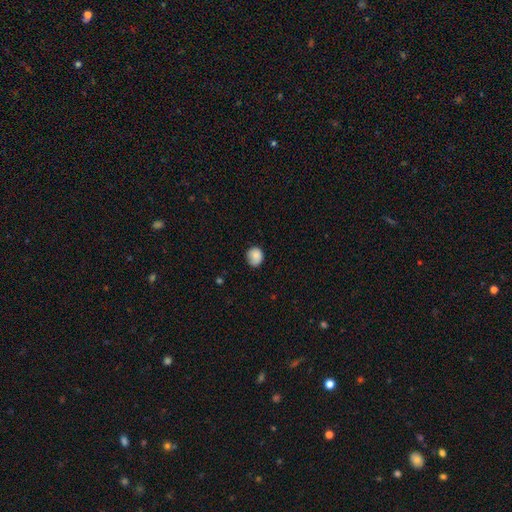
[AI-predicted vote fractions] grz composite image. It shows a smooth galaxy with no disk features (84%) that is round (76%). Merging: none (71%).